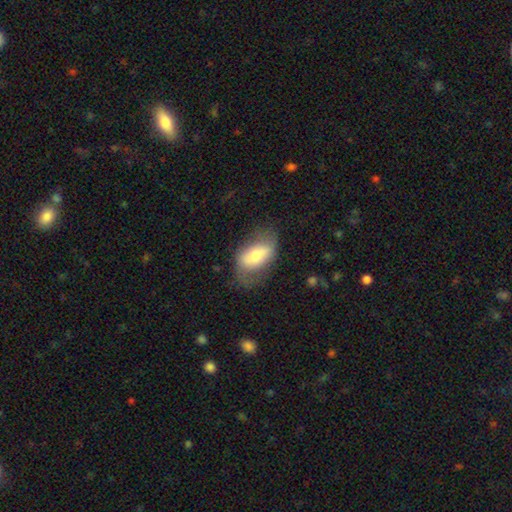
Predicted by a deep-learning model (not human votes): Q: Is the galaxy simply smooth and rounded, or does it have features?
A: smooth — 55%.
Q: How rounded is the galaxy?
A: in between — 90%.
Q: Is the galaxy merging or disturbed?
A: none — 56%.